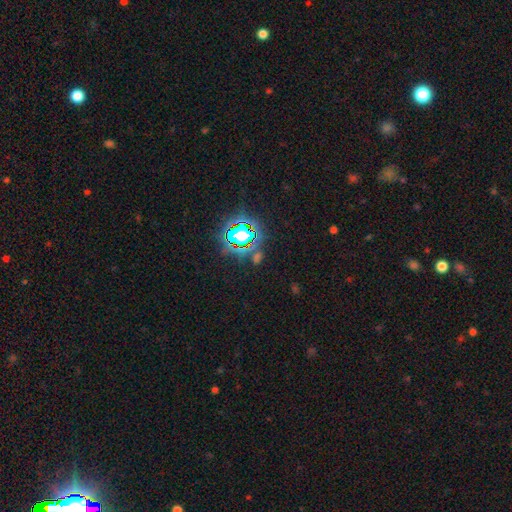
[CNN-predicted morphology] The model was most divided on "smooth or featured": star or artifact: 74%, smooth: 17%, featured or disk: 9%.